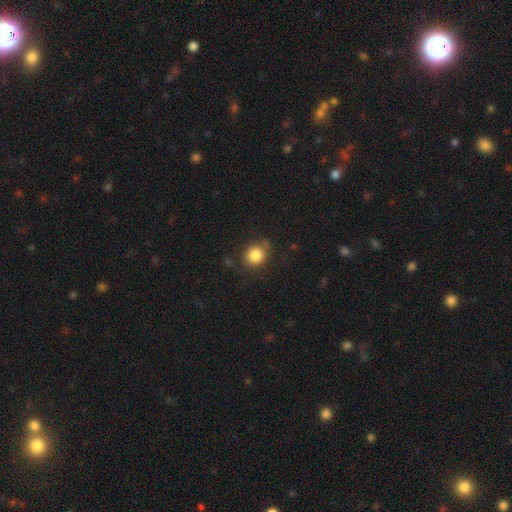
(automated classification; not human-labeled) Q: Smooth or featured?
A: smooth (84%); runner-up: star or artifact (9%)
Q: How rounded?
A: round (80%); runner-up: in between (19%)
Q: Merging?
A: none (74%); runner-up: minor disturbance (19%)